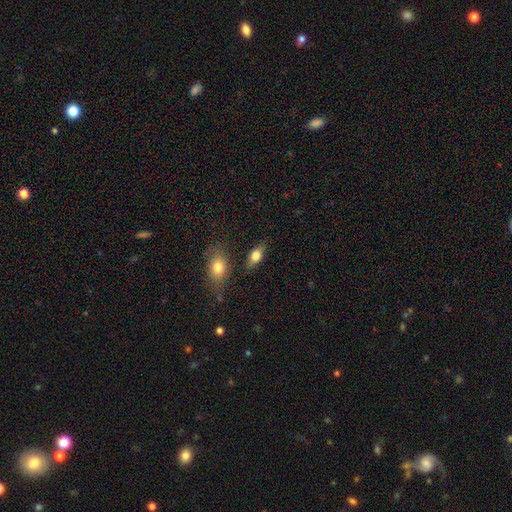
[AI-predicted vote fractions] Smooth or featured: smooth — 72% (featured or disk — 20%)
How rounded: in between — 81% (cigar-shaped — 11%)
Merging: none — 80% (minor disturbance — 12%)